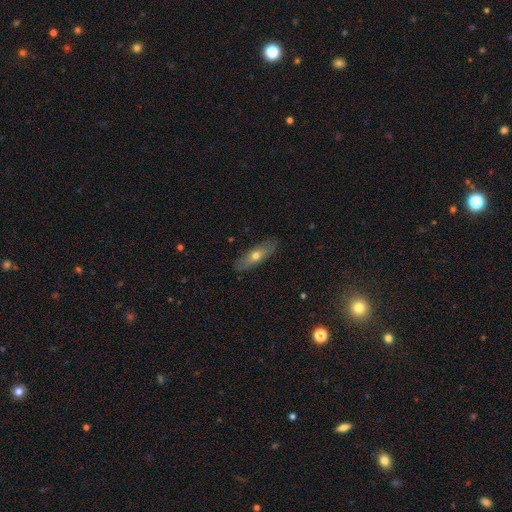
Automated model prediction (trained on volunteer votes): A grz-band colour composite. It shows a smooth galaxy with no disk features (51%) that is in between round and cigar-shaped (49%). Merging: none (87%).